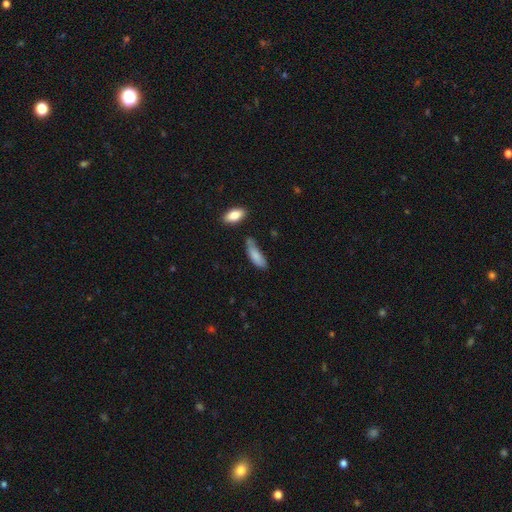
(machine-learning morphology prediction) Smooth or featured: smooth — 83% (featured or disk — 10%)
How rounded: in between — 59% (cigar-shaped — 39%)
Merging: none — 49% (minor disturbance — 34%)